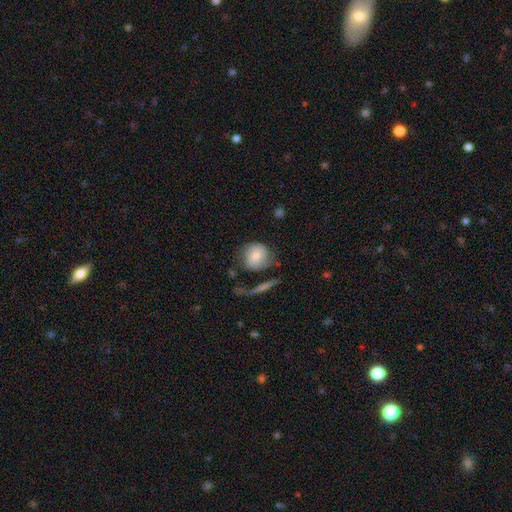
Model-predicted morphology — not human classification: Smooth or featured? smooth (71%)
How rounded? round (83%)
Merging? none (56%)